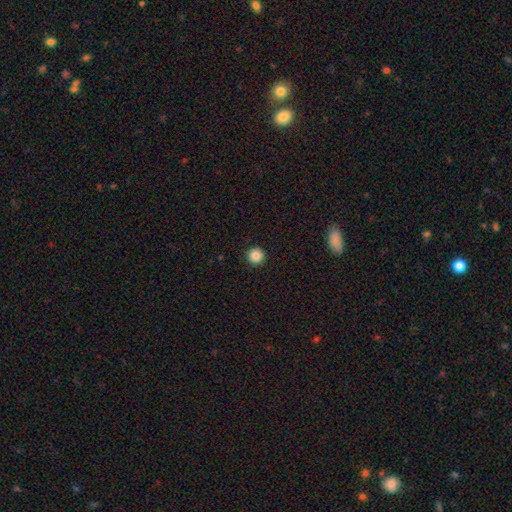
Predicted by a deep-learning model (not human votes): Overall: smooth (87%). How rounded: round (96%). Merging: none (93%).